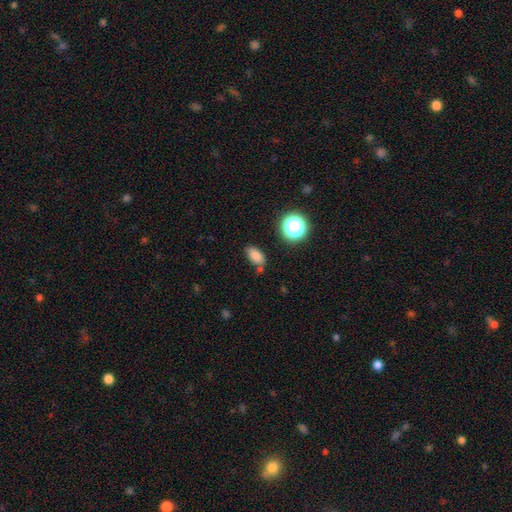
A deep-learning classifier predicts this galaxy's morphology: Smooth or featured: smooth — 80% (star or artifact — 13%)
How rounded: in between — 86% (round — 10%)
Merging: none — 74% (minor disturbance — 15%)